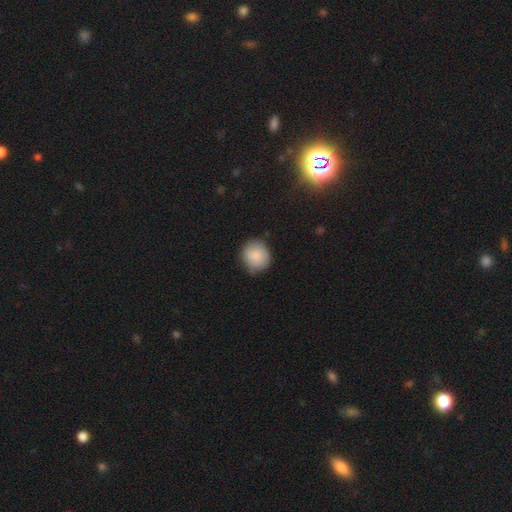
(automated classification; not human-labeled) This appears to be a smooth galaxy with no disk features (87%) that is round (82%). Merging: none (75%).